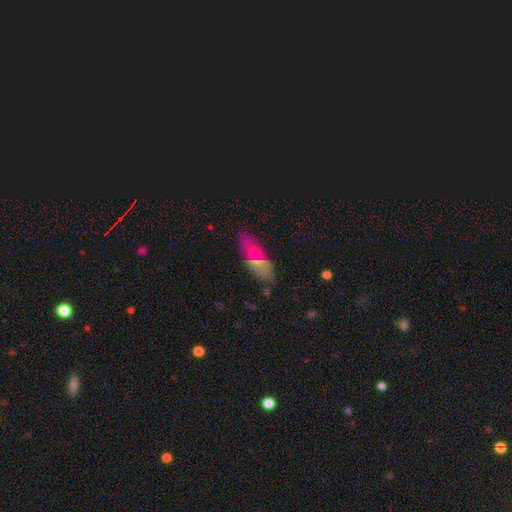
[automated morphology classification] A smooth galaxy with no disk features (56%) that is in between round and cigar-shaped (62%). Merging: none (77%).